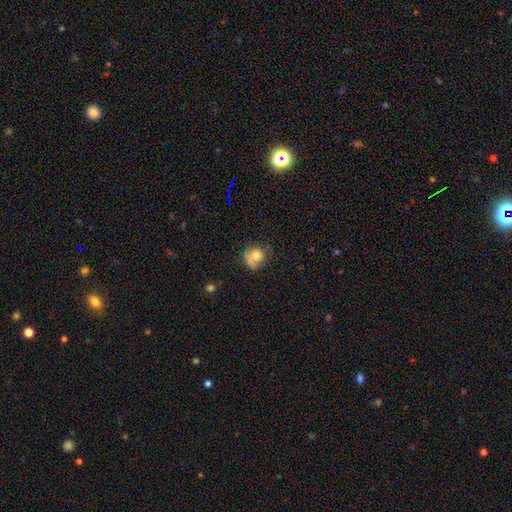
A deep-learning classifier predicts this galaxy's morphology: type=smooth (73%); roundness=round (77%); merging=none (49%).